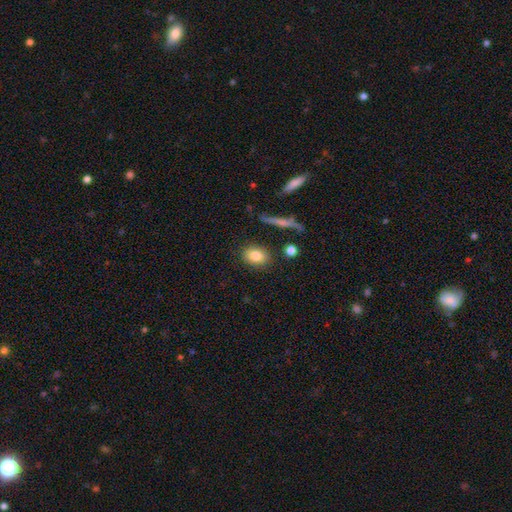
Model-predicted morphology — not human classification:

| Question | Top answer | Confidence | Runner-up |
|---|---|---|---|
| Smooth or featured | smooth | 82% | featured or disk (9%) |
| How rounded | in between | 69% | round (28%) |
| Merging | none | 84% | minor disturbance (10%) |